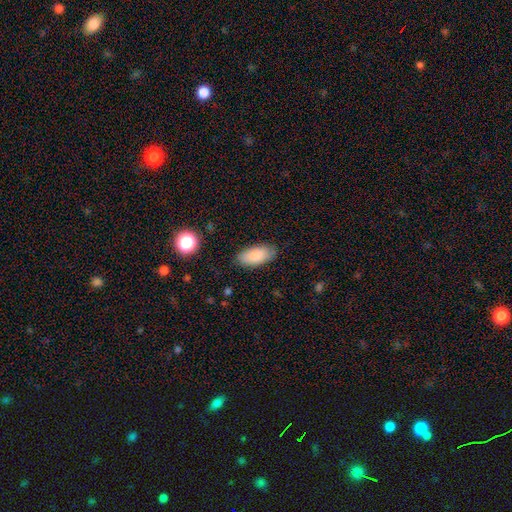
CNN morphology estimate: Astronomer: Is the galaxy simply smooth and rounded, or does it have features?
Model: smooth — 85%.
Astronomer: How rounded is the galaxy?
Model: in between — 91%.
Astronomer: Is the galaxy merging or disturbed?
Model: none — 83%.